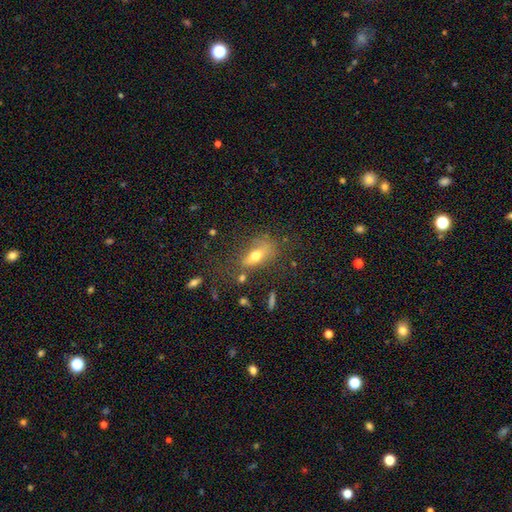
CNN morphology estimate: smooth_or_featured: smooth (p=0.56) [alt: featured or disk p=0.24]
how_rounded: in between (p=0.72) [alt: round p=0.16]
merging: none (p=0.62) [alt: minor disturbance p=0.19]